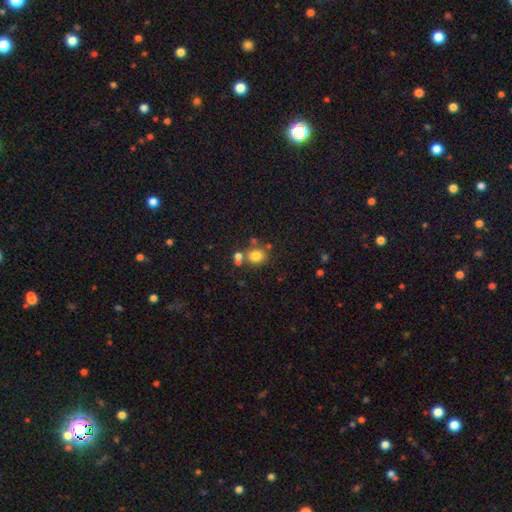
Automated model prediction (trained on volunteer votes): Morphology: type=smooth (78%); roundness=round (75%); merging=none (65%).